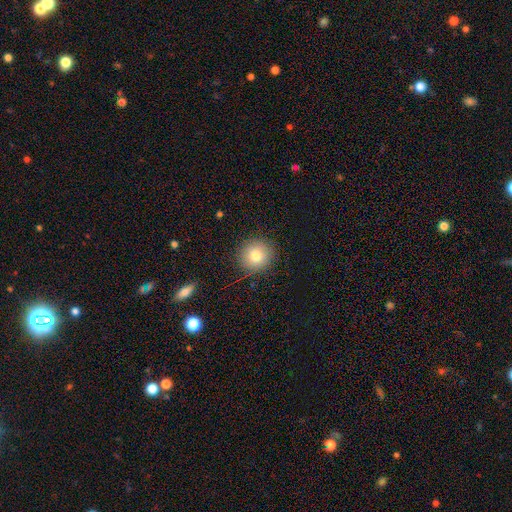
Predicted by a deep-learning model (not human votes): Morphology: type=smooth (78%); roundness=round (90%); merging=none (87%).